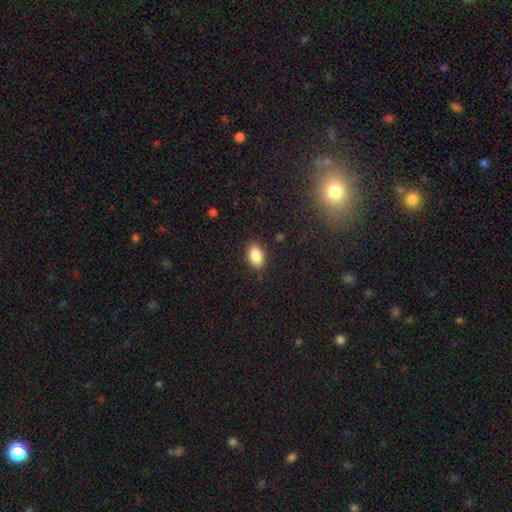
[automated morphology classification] smooth-or-featured: smooth: 87% | star or artifact: 8% | featured or disk: 5%
  how-rounded: in between: 91% | round: 7% | cigar-shaped: 2%
  merging: none: 87% | minor disturbance: 9% | major disturbance: 2% | merger: 1%